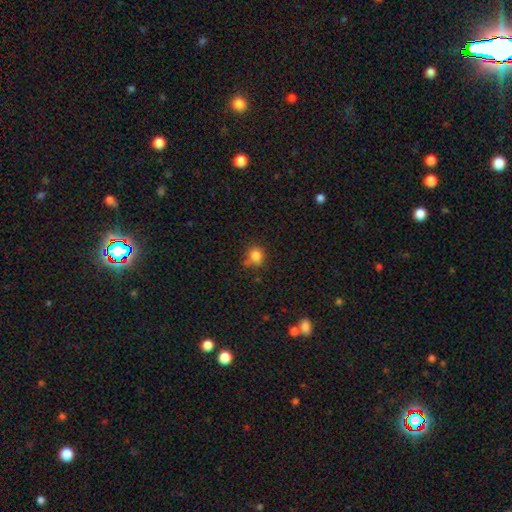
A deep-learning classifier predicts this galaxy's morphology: A smooth galaxy with no disk features (82%) that is round (80%). Merging: none (66%).